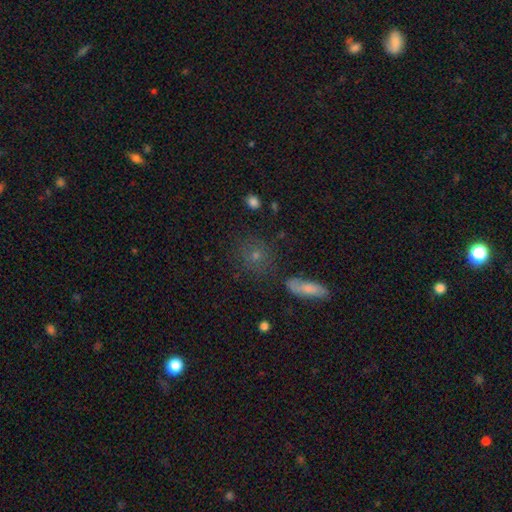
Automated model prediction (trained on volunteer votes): smooth_or_featured: smooth (p=0.67) [alt: star or artifact p=0.17]
how_rounded: round (p=0.81) [alt: in between p=0.16]
merging: none (p=0.77) [alt: minor disturbance p=0.13]